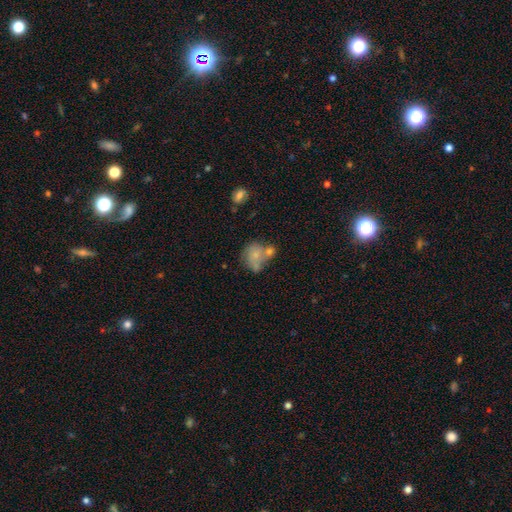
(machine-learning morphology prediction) Smooth or featured: smooth — 61% (featured or disk — 30%)
How rounded: round — 56% (in between — 43%)
Merging: merger — 39% (none — 31%)